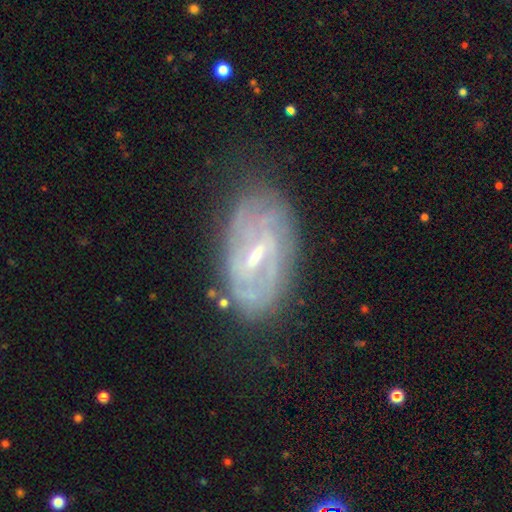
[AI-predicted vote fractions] A featured or disk galaxy (79%) with a weak bar (50%), tight (60%) spiral arms (84%) and a small central bulge (55%). Merging: none (72%).